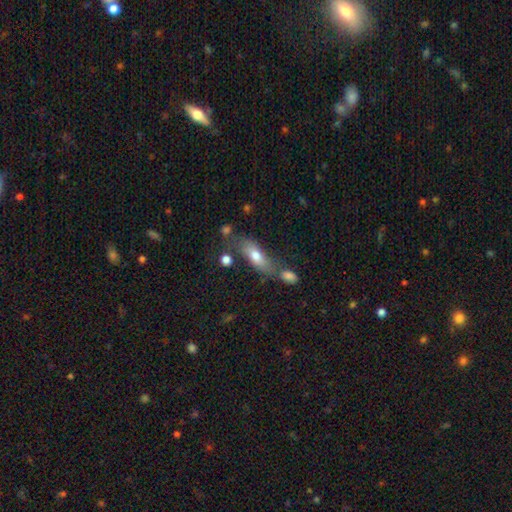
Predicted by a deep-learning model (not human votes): The model was most divided on "merging": none: 53%, minor disturbance: 19%, merger: 18%, major disturbance: 9%. More confident: smooth or featured — smooth (68%); how rounded — in between (67%).